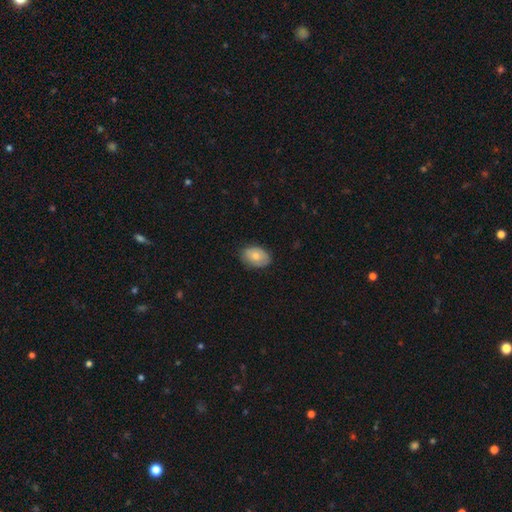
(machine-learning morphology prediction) A smooth galaxy with no disk features (75%) that is in between round and cigar-shaped (81%).

Vote fractions:
- Smooth or featured? smooth: 75% / featured or disk: 19% / star or artifact: 7%
- How rounded? in between: 81% / round: 17% / cigar-shaped: 1%
- Merging? none: 78% / minor disturbance: 18% / major disturbance: 3% / merger: 1%